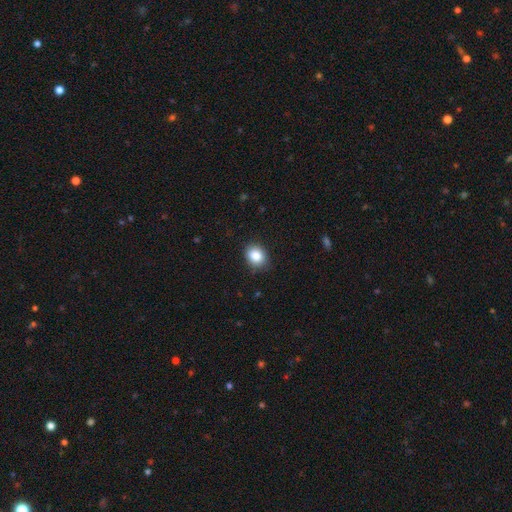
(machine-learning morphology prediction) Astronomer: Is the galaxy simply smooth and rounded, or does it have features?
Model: smooth — 86%.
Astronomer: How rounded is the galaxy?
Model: in between — 50% (runner-up: round, 49%).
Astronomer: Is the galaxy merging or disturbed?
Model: none — 84%.